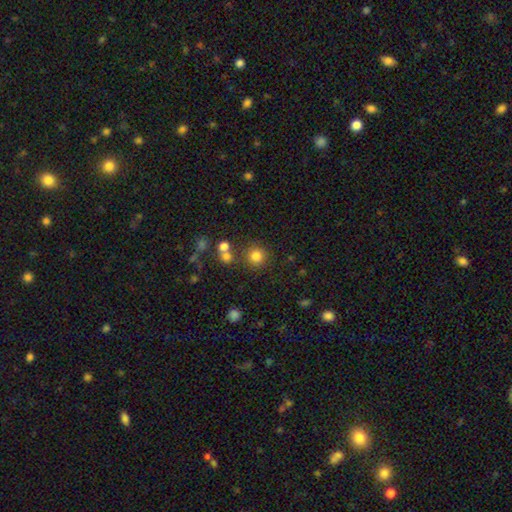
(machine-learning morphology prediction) Smooth or featured? Predicted: smooth (p=0.80). How rounded? Predicted: round (p=0.93). Merging? Predicted: none (p=0.80).